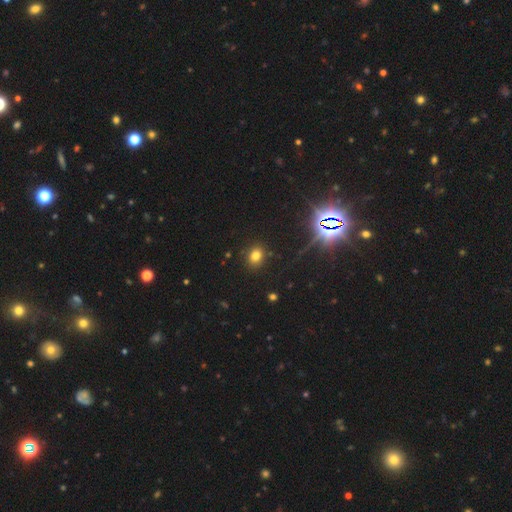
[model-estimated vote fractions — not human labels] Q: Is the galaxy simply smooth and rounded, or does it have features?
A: smooth — 74%.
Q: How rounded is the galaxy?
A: round — 56%.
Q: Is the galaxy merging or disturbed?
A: none — 87%.